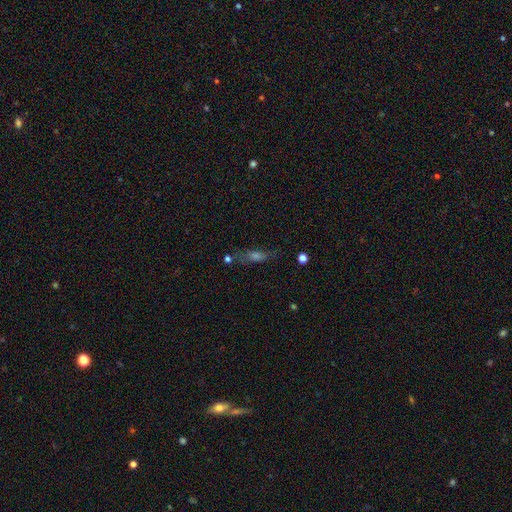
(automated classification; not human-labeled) This appears to be a smooth galaxy with no disk features (39%). Merging: none (66%).